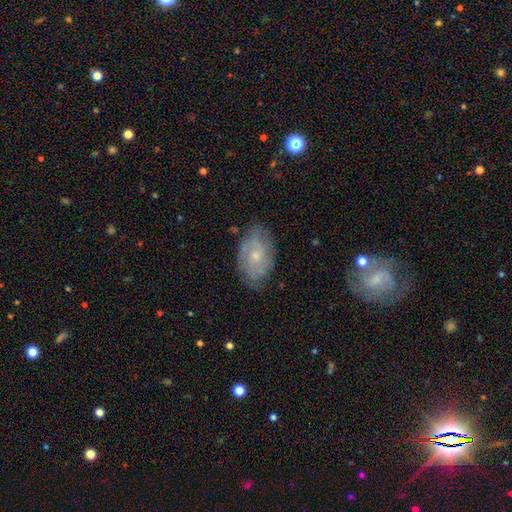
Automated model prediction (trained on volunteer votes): Smooth or featured? Predicted: featured or disk (p=0.57). Edge-on disk? Predicted: no (p=0.95). Bar? Predicted: no (p=0.75). Spiral arms? Predicted: yes (p=0.73). Bulge size? Predicted: small (p=0.64). Merging? Predicted: none (p=0.74).